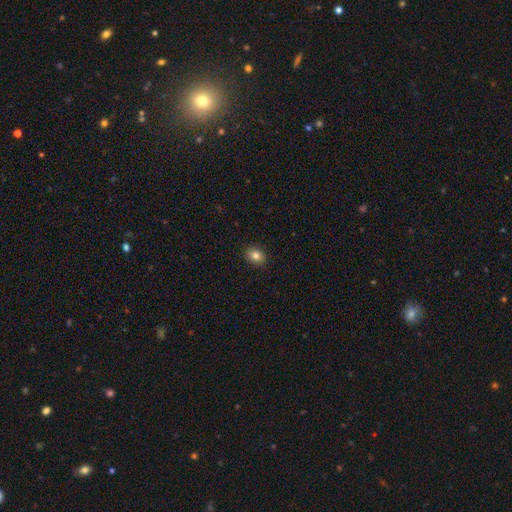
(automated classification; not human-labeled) smooth_or_featured: smooth (p=0.82) [alt: star or artifact p=0.10]
how_rounded: in between (p=0.61) [alt: round p=0.38]
merging: none (p=0.90) [alt: minor disturbance p=0.08]